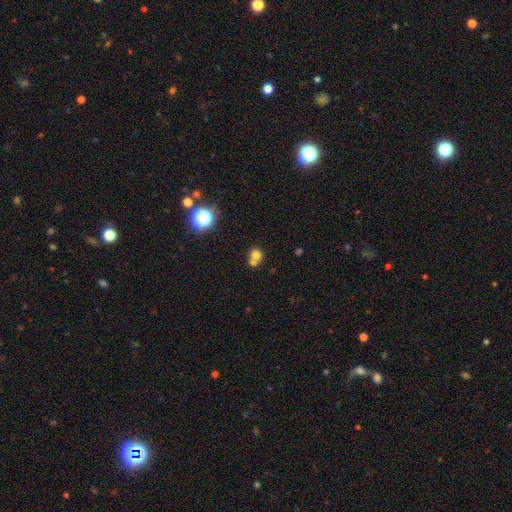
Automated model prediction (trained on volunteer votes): Smooth or featured? Predicted: smooth (p=0.72). How rounded? Predicted: round (p=0.82). Merging? Predicted: merger (p=0.49).